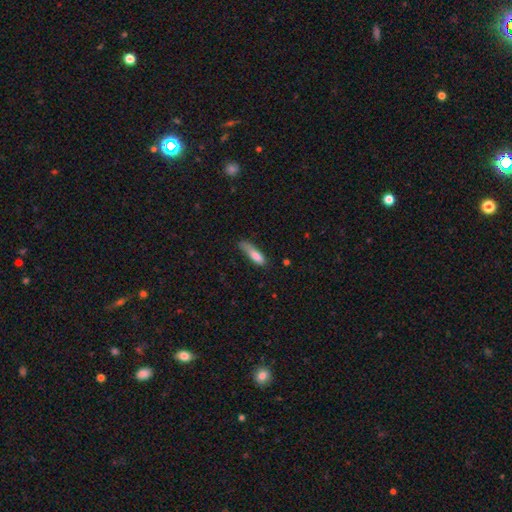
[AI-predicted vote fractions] A smooth galaxy with no disk features (80%) that is cigar-shaped (61%). Merging: none (43%).